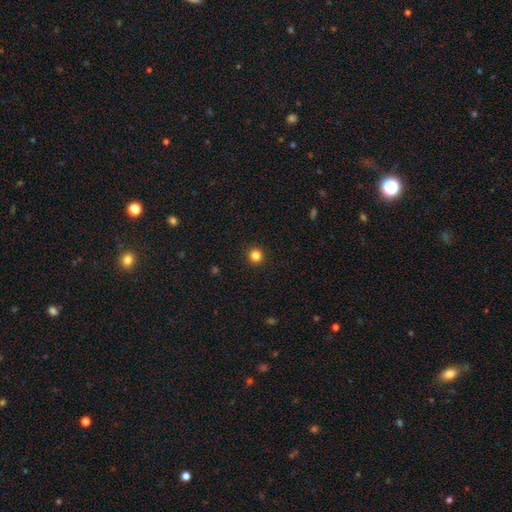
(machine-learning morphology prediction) A smooth galaxy with no disk features (83%) that is round (96%). Merging: none (93%).